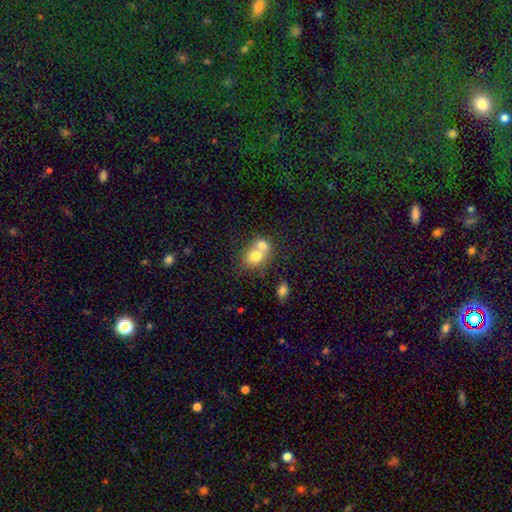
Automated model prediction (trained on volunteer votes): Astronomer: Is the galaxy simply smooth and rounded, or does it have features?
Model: smooth — 72%.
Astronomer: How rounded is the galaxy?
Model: round — 57% (runner-up: in between, 43%).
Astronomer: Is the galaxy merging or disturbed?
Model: merger — 68%.